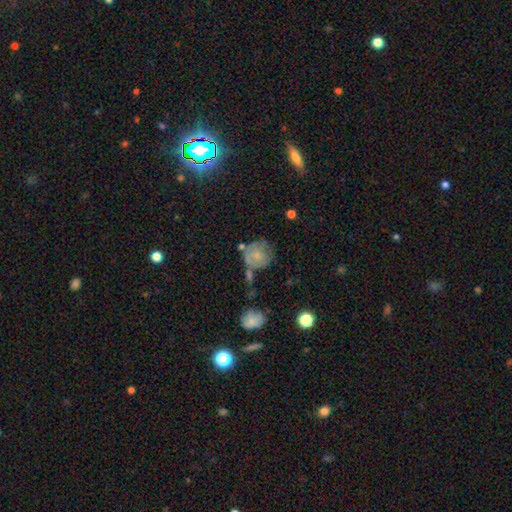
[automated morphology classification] Smooth or featured: smooth — 65% (featured or disk — 27%)
How rounded: round — 82% (in between — 17%)
Merging: none — 42% (minor disturbance — 26%)